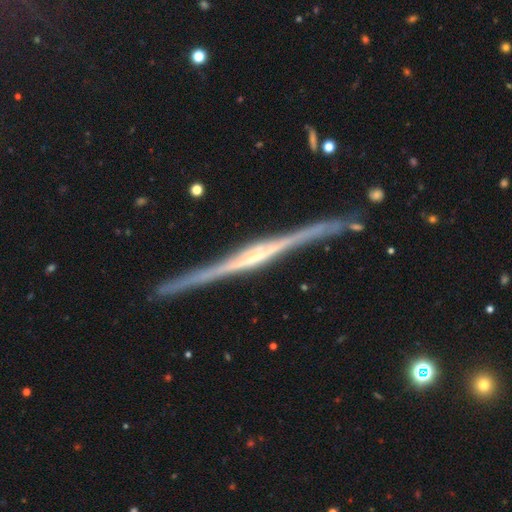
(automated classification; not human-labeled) Smooth or featured: featured or disk — 89% (smooth — 7%)
Edge-on disk: yes — 98% (no — 2%)
Edge-on bulge: rounded — 53% (boxy — 28%)
Merging: none — 88% (minor disturbance — 8%)